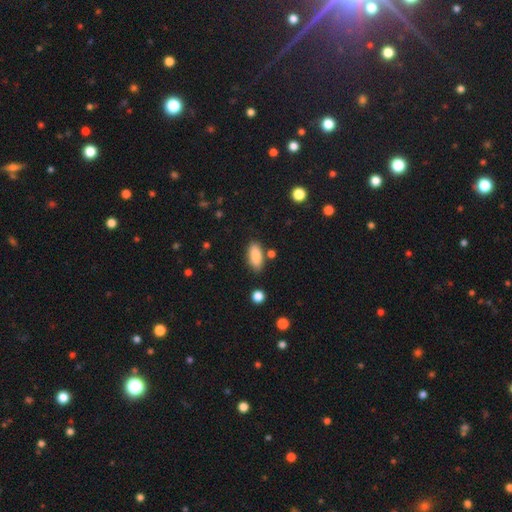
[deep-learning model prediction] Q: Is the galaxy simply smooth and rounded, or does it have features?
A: smooth — 86%.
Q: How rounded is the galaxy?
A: in between — 86%.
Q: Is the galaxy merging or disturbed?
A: none — 80%.